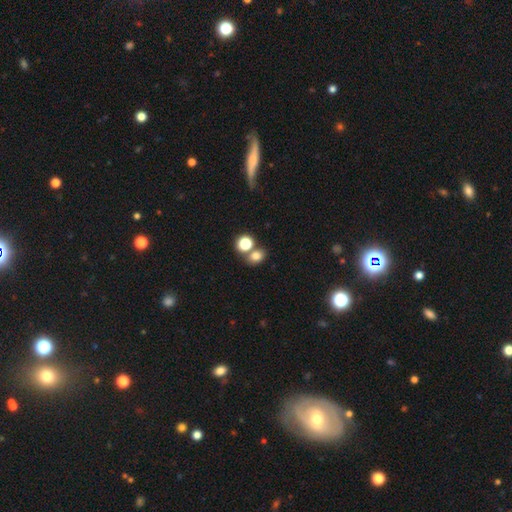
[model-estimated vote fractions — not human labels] smooth_or_featured: smooth (p=0.76) [alt: star or artifact p=0.16]
how_rounded: round (p=0.52) [alt: in between p=0.47]
merging: none (p=0.57) [alt: merger p=0.31]